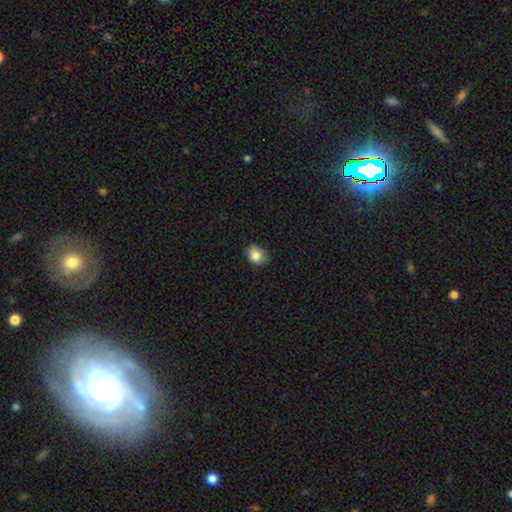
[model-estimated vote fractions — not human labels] Smooth or featured: smooth — 84% (star or artifact — 9%)
How rounded: in between — 51% (round — 48%)
Merging: none — 79% (minor disturbance — 17%)